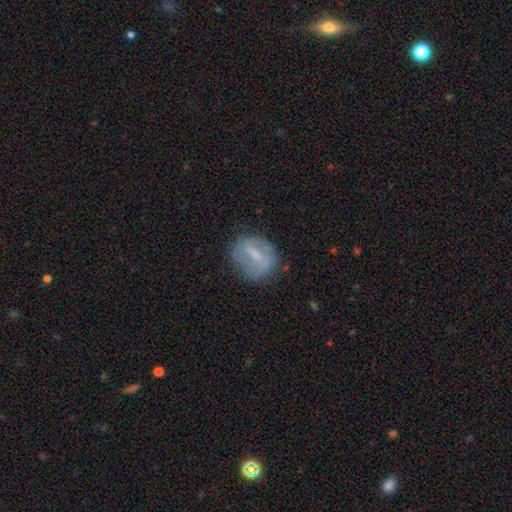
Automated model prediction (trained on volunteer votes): A featured or disk galaxy (50%). Merging: none (70%).